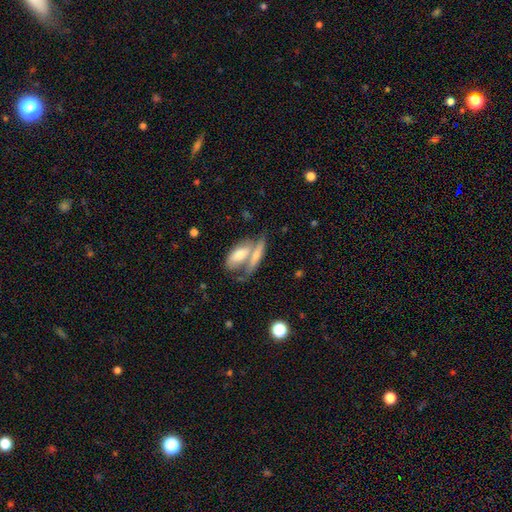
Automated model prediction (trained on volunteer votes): Smooth or featured: smooth — 60% (featured or disk — 34%)
How rounded: cigar-shaped — 48% (in between — 47%)
Merging: merger — 53% (none — 33%)